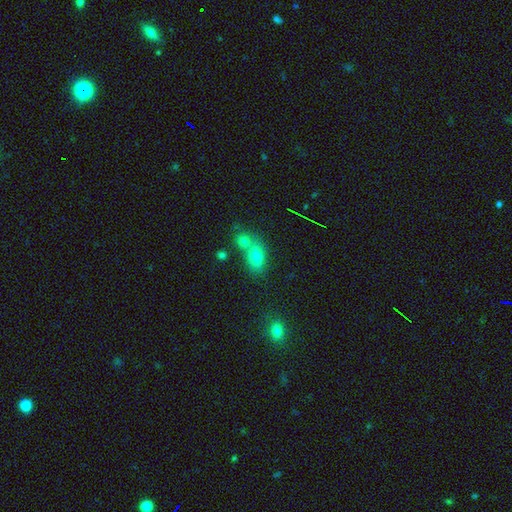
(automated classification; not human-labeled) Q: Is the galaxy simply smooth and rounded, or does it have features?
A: smooth — 71%.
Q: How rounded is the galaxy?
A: in between — 74%.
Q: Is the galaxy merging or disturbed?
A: none — 48%.